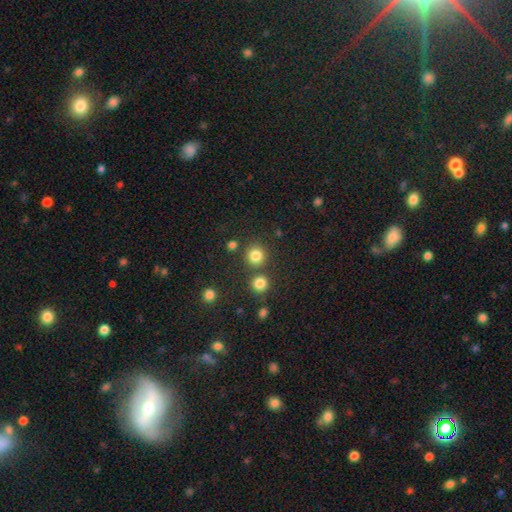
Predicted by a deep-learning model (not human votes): A smooth galaxy with no disk features (81%) that is round (92%). Merging: none (78%).